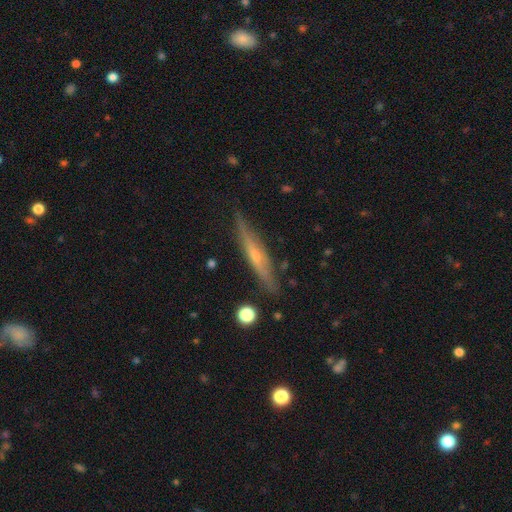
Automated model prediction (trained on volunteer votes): A featured or disk galaxy (68%) viewed edge-on (95%) with a rounded central bulge (66%). Merging: none (86%).